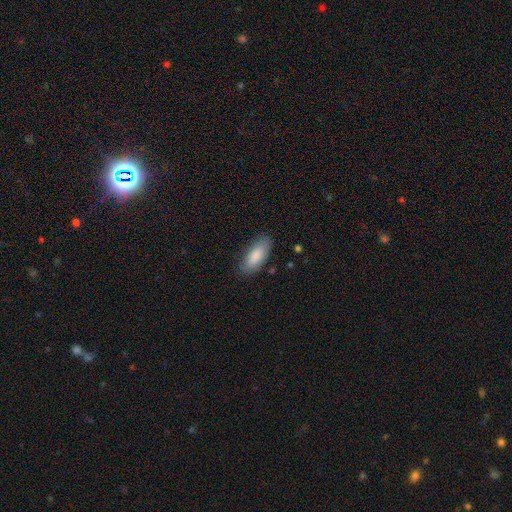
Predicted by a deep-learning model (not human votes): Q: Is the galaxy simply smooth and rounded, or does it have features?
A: smooth — 86%.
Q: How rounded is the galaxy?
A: in between — 83%.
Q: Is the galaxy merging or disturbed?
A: none — 82%.